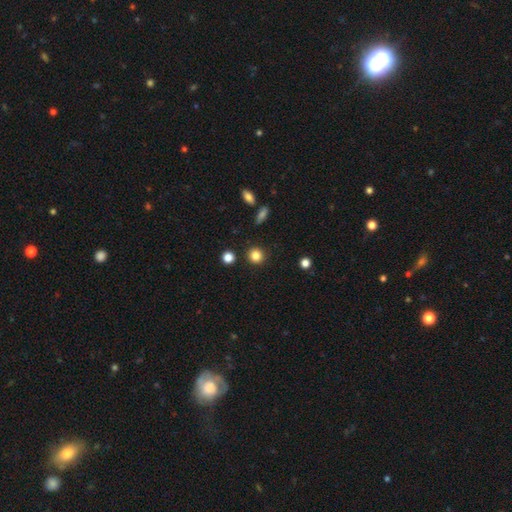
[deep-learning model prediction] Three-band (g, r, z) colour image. It shows a smooth galaxy with no disk features (84%) that is round (91%). Merging: none (89%).